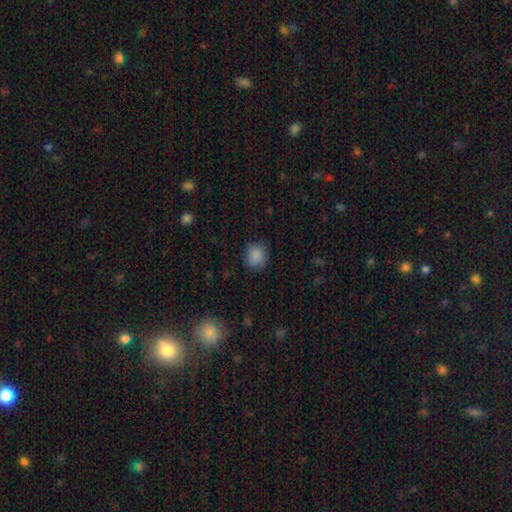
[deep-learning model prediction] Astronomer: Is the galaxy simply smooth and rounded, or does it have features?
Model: smooth — 86%.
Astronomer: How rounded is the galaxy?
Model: round — 81%.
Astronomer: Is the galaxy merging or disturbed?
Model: none — 81%.